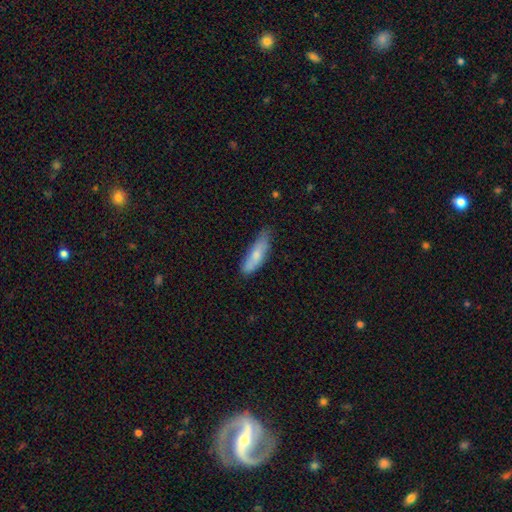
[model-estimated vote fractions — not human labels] The model was most divided on "how rounded": cigar-shaped: 57%, in between: 41%, round: 2%. More confident: smooth or featured — smooth (71%); merging — none (60%).